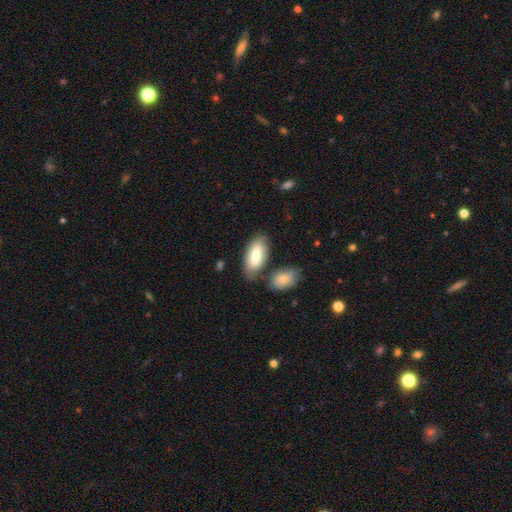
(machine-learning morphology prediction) This is likely a smooth galaxy (71%). How rounded: clearly in between (89%). Merging: likely none (65%).